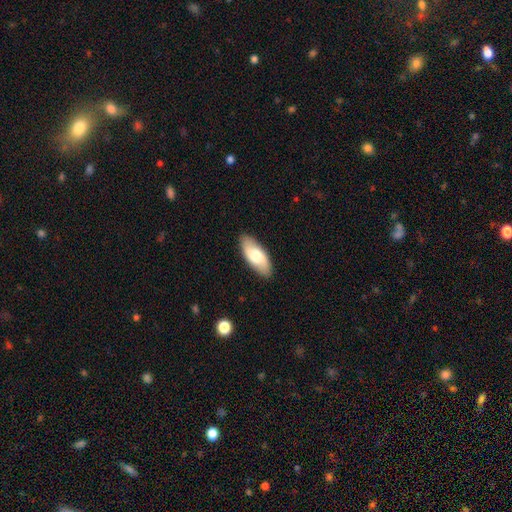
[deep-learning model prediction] Smooth or featured? Predicted: smooth (p=0.63). How rounded? Predicted: in between (p=0.83). Merging? Predicted: none (p=0.89).